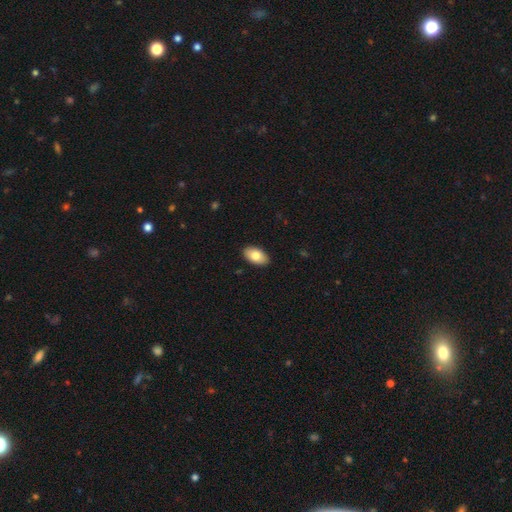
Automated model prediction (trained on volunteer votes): Morphology: type=smooth (81%); roundness=in between (94%); merging=none (90%).